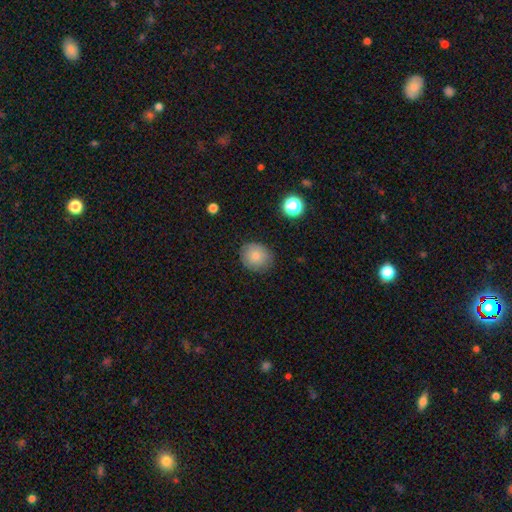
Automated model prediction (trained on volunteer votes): smooth 83%, star or artifact 10%, featured or disk 8%. Down the decision tree: how rounded — round (79%); merging — none (85%).